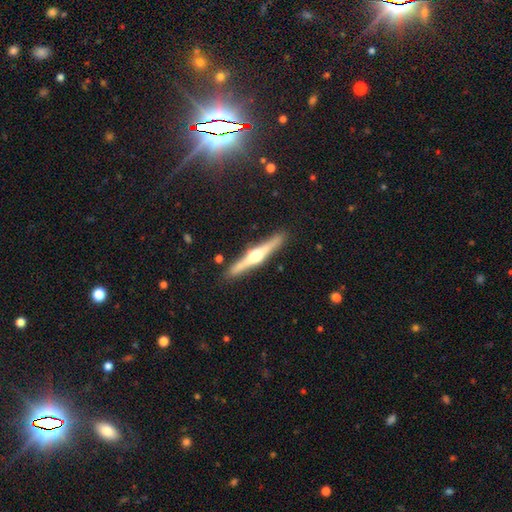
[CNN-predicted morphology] This is likely a featured or disk galaxy (75%). It is clearly viewed edge-on (98%). Edge-on bulge: clearly rounded (91%). Merging: clearly none (88%).